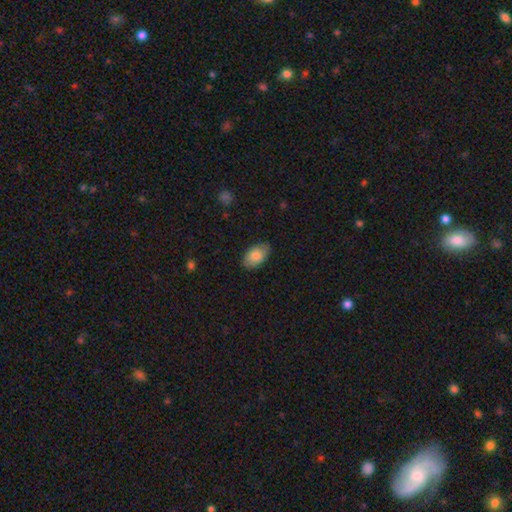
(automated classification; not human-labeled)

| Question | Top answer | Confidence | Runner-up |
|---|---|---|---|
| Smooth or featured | smooth | 81% | featured or disk (13%) |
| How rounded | in between | 92% | round (6%) |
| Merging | none | 82% | minor disturbance (15%) |